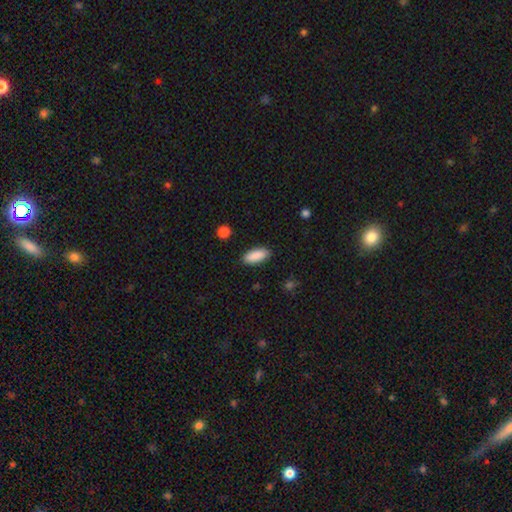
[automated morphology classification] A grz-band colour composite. It shows a smooth galaxy with no disk features (90%) that is in between round and cigar-shaped (81%). Merging: none (88%).